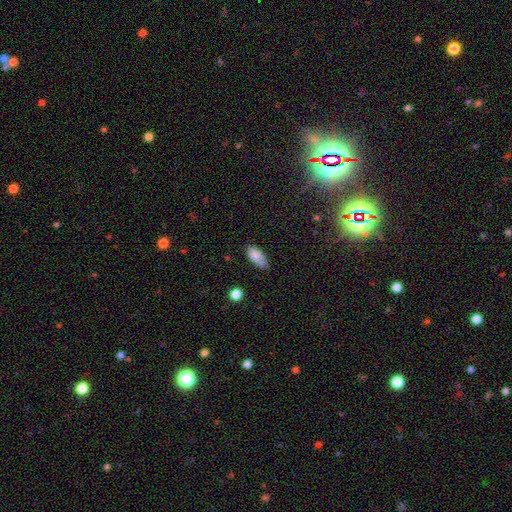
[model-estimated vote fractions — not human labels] This appears to be a smooth galaxy with no disk features (86%) that is in between round and cigar-shaped (88%). Merging: none (62%).